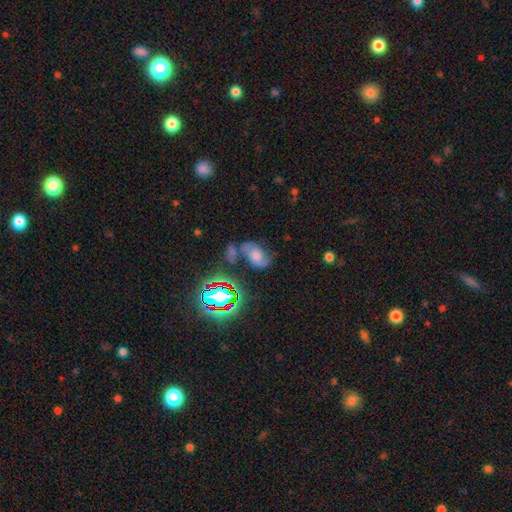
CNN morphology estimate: A featured or disk galaxy (45%). Merging: none (50%).